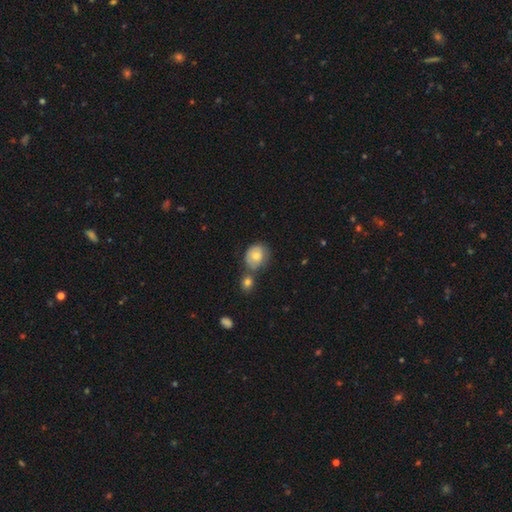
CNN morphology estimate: Smooth or featured? Predicted: smooth (p=0.72). How rounded? Predicted: round (p=0.64). Merging? Predicted: none (p=0.48).